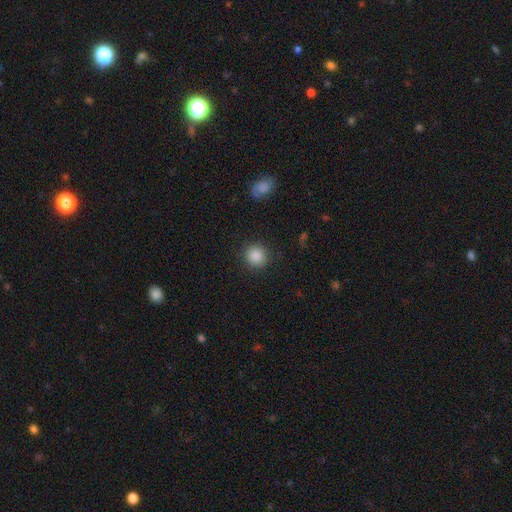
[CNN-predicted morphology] Smooth or featured? smooth (87%)
How rounded? round (91%)
Merging? none (89%)